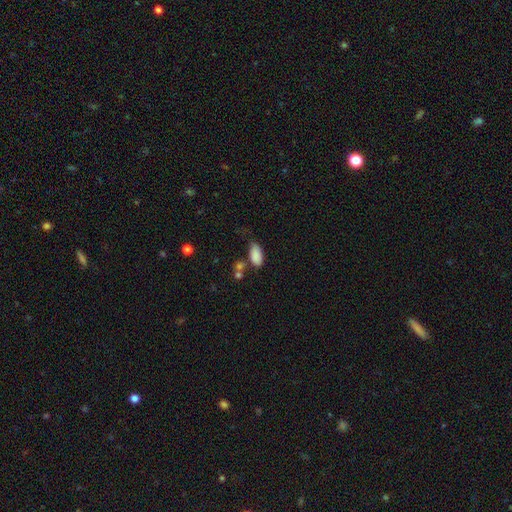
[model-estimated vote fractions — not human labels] The model was most divided on "merging": none: 53%, minor disturbance: 26%, merger: 12%, major disturbance: 9%. More confident: how rounded — in between (92%); smooth or featured — smooth (86%).